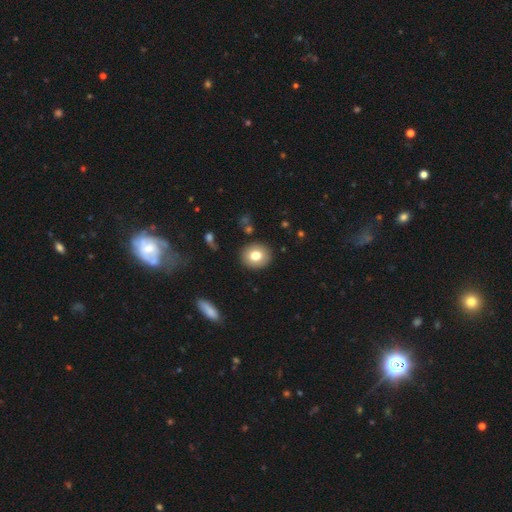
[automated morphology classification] type=smooth (77%); roundness=round (78%); merging=none (90%).